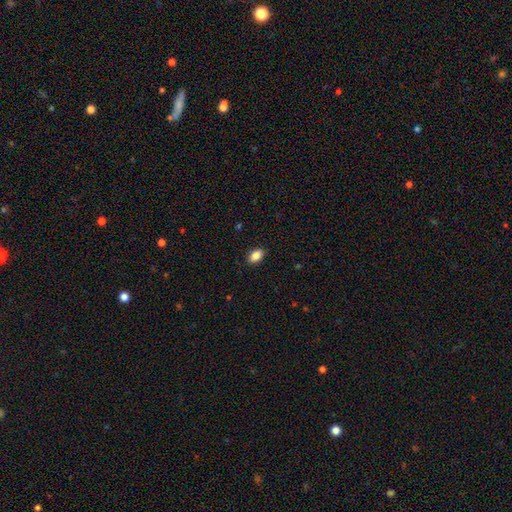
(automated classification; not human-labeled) Q: Smooth or featured?
A: smooth (86%); runner-up: star or artifact (8%)
Q: How rounded?
A: in between (88%); runner-up: round (11%)
Q: Merging?
A: none (89%); runner-up: minor disturbance (8%)